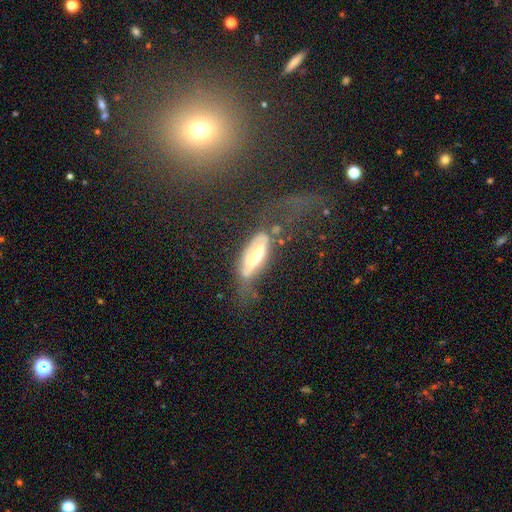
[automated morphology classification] Smooth or featured: featured or disk — 57% (smooth — 36%)
Edge-on disk: no — 55% (yes — 45%)
Merging: major disturbance — 36% (none — 34%)